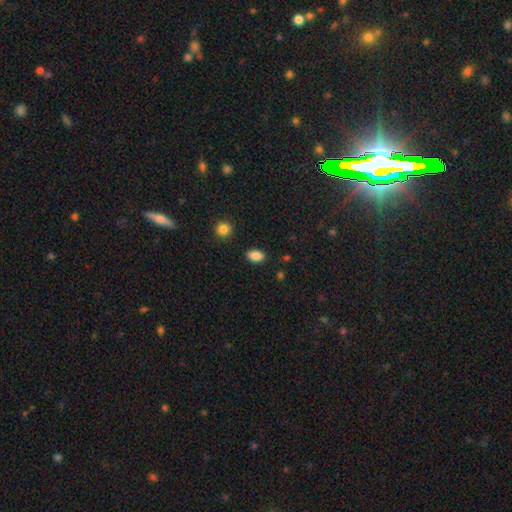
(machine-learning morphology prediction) type=smooth (87%); roundness=in between (86%); merging=none (88%).